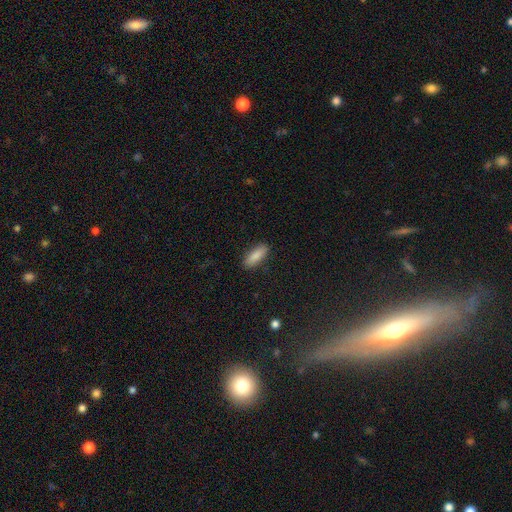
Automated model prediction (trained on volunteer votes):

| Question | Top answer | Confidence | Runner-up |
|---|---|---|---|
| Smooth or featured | smooth | 85% | featured or disk (8%) |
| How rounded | in between | 64% | cigar-shaped (34%) |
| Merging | none | 88% | minor disturbance (9%) |